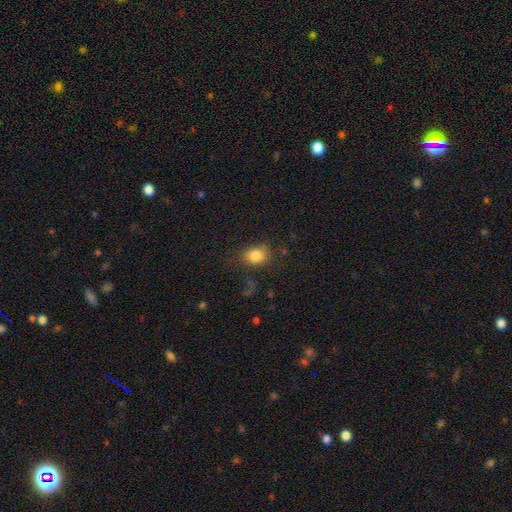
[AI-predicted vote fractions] A smooth galaxy with no disk features (83%) that is round (56%). Merging: none (72%).